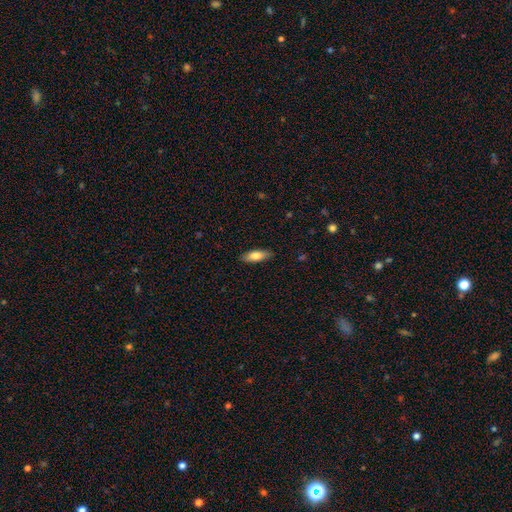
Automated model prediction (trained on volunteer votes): smooth_or_featured: smooth (p=0.76) [alt: featured or disk p=0.17]
how_rounded: in between (p=0.61) [alt: cigar-shaped p=0.36]
merging: none (p=0.87) [alt: minor disturbance p=0.10]